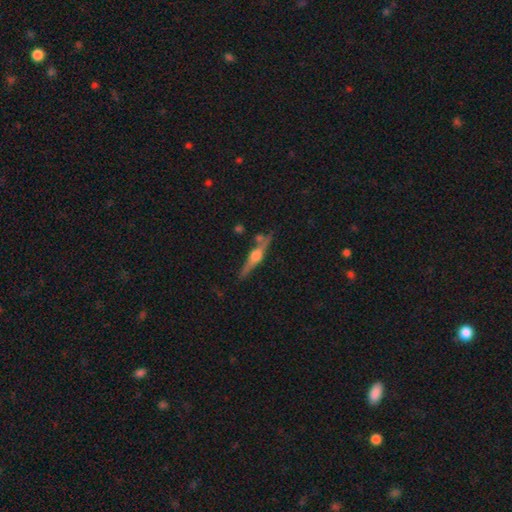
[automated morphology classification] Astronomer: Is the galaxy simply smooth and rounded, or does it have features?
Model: featured or disk — 76%.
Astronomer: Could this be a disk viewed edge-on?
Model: yes — 97%.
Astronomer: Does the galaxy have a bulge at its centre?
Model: rounded — 88%.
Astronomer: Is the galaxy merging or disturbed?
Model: none — 77%.